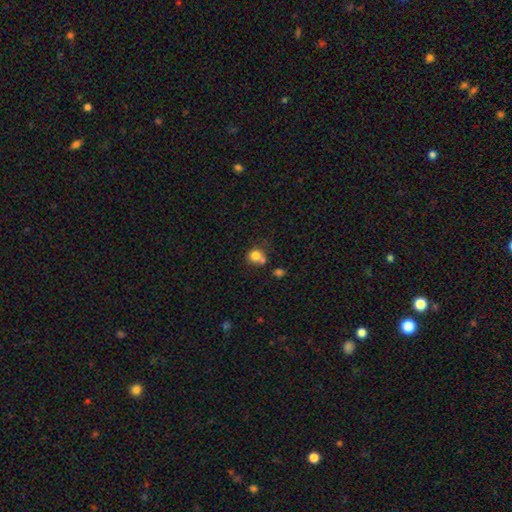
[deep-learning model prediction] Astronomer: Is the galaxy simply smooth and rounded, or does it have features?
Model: smooth — 77%.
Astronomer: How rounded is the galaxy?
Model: round — 82%.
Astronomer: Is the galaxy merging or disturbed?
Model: none — 45% (runner-up: merger, 38%).